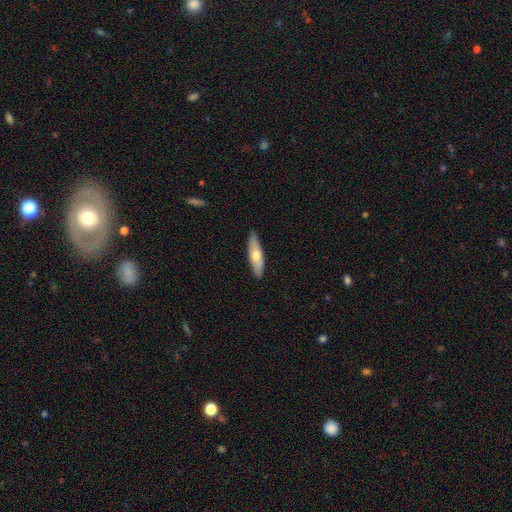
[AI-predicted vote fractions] A smooth galaxy with no disk features (56%) that is cigar-shaped (59%).

Vote fractions:
- Smooth or featured? smooth: 56% / featured or disk: 39% / star or artifact: 5%
- How rounded? cigar-shaped: 59% / in between: 39% / round: 2%
- Merging? none: 88% / minor disturbance: 10% / major disturbance: 2% / merger: 1%